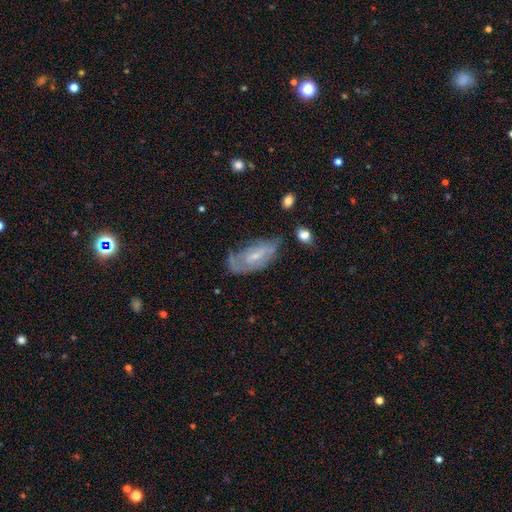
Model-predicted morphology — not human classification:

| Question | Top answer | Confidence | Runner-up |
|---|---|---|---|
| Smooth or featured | featured or disk | 60% | smooth (32%) |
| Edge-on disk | no | 89% | yes (11%) |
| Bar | no | 49% | weak (40%) |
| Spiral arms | yes | 66% | no (34%) |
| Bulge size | small | 67% | moderate (25%) |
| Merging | none | 48% | minor disturbance (31%) |